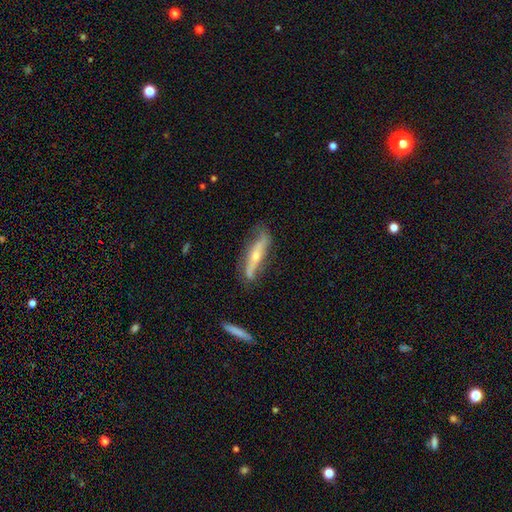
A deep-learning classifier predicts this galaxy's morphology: Smooth or featured? Predicted: featured or disk (p=0.64). Edge-on disk? Predicted: yes (p=0.68). Merging? Predicted: none (p=0.65).